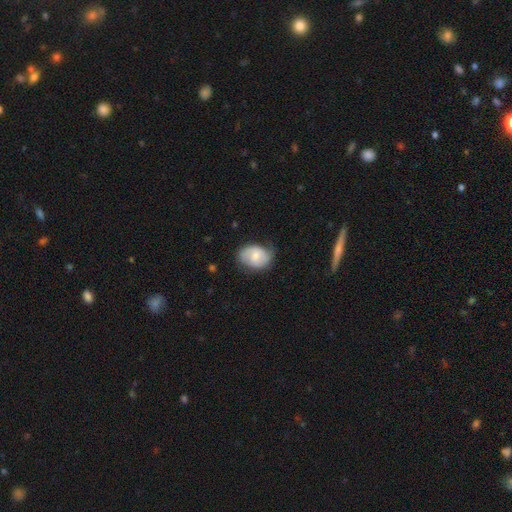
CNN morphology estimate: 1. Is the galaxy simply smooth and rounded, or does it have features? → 51% smooth, 42% featured or disk, 7% star or artifact.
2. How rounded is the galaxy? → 66% in between, 33% round, 1% cigar-shaped.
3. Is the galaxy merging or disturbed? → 62% none, 28% minor disturbance, 8% major disturbance, 1% merger.